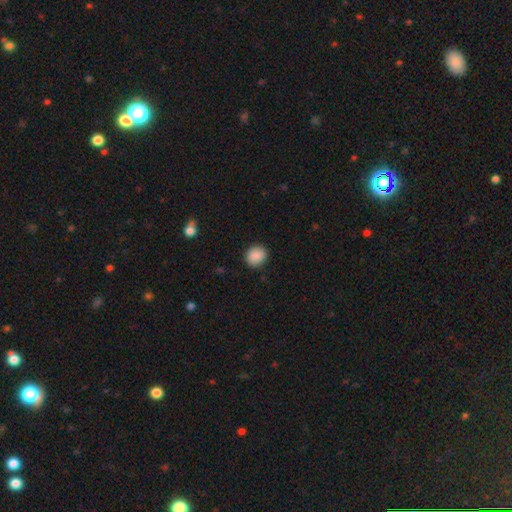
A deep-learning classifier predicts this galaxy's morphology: Smooth or featured? smooth (89%)
How rounded? round (79%)
Merging? none (88%)